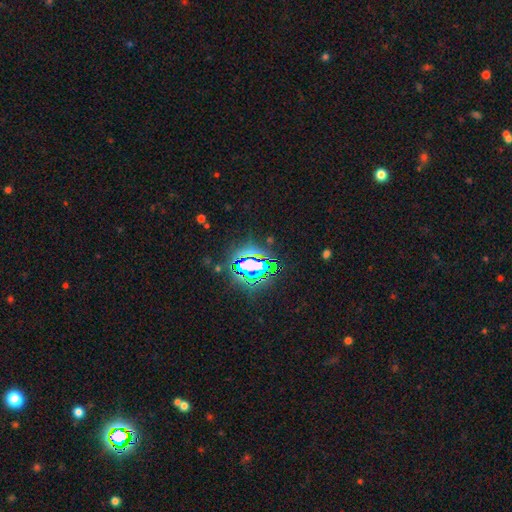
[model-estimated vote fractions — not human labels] Q: Smooth or featured?
A: star or artifact (84%); runner-up: smooth (10%)